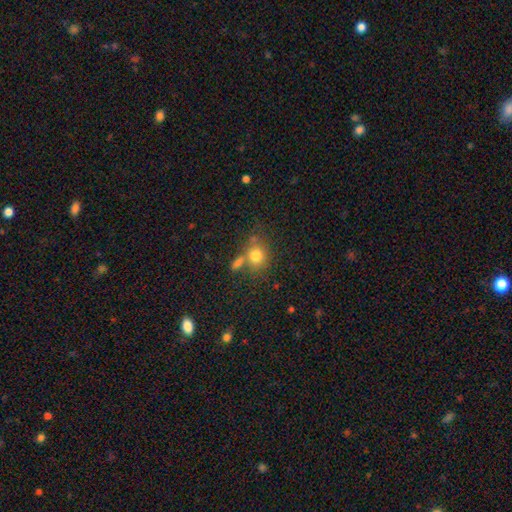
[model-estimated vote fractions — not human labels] Smooth or featured? smooth (78%)
How rounded? round (72%)
Merging? none (56%)